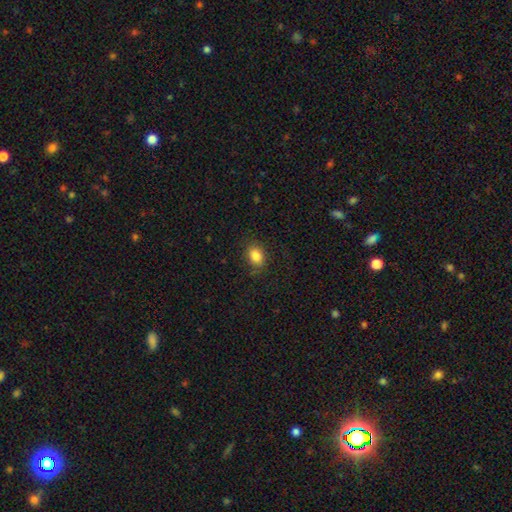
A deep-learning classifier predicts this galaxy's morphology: smooth 85%, star or artifact 10%, featured or disk 6%. Down the decision tree: how rounded — in between (65%); merging — none (83%).